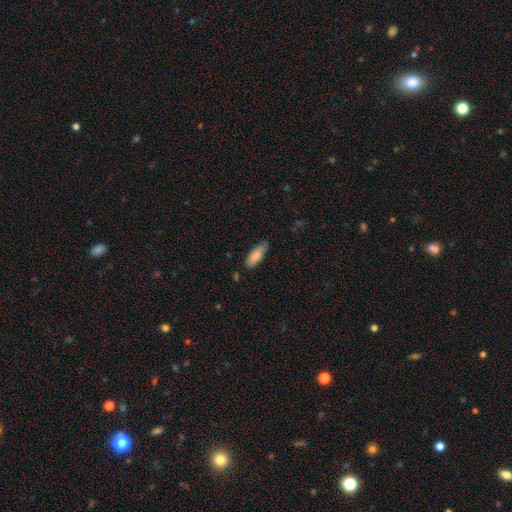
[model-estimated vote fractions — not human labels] A smooth galaxy with no disk features (85%) that is in between round and cigar-shaped (67%). Merging: none (79%).